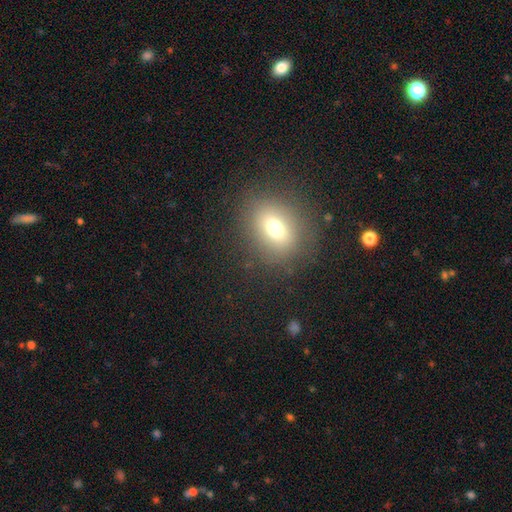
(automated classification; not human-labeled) A smooth galaxy with no disk features (62%) that is in between round and cigar-shaped (55%).

Vote fractions:
- Smooth or featured? smooth: 62% / star or artifact: 21% / featured or disk: 17%
- How rounded? in between: 55% / round: 42% / cigar-shaped: 3%
- Merging? none: 88% / minor disturbance: 8% / major disturbance: 3% / merger: 1%